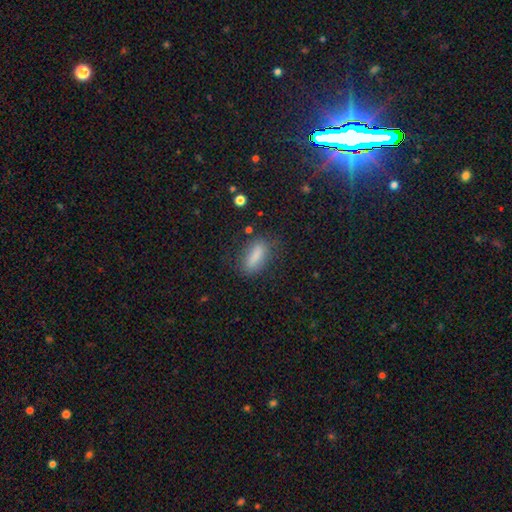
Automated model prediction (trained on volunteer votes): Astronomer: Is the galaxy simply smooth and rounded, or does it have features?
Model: smooth — 82%.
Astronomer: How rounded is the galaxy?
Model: in between — 60% (runner-up: cigar-shaped, 36%).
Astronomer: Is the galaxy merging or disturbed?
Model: none — 78%.